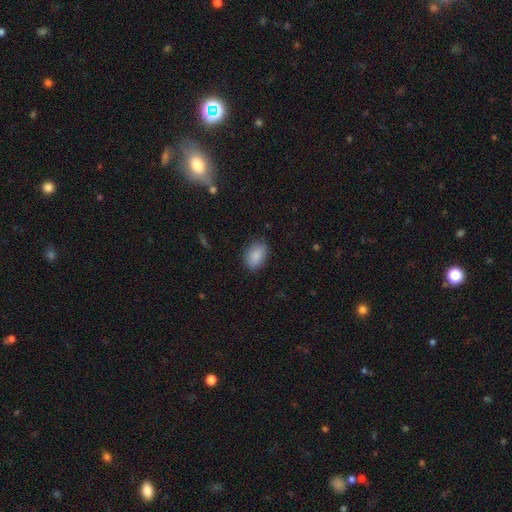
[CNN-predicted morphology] smooth_or_featured: smooth (p=0.88) [alt: star or artifact p=0.07]
how_rounded: in between (p=0.86) [alt: round p=0.13]
merging: none (p=0.83) [alt: minor disturbance p=0.13]